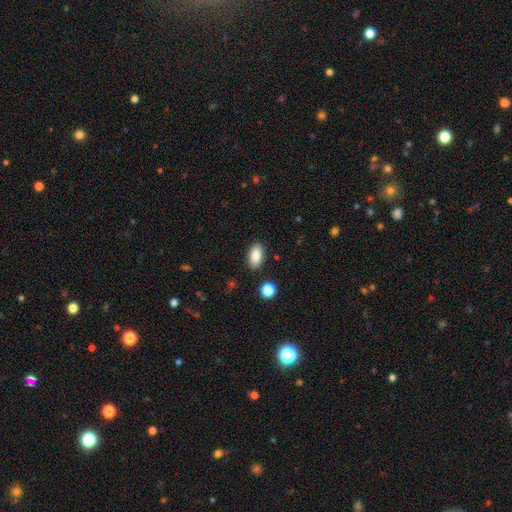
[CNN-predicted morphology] Smooth or featured?
  - smooth: 85% *
  - star or artifact: 8%
  - featured or disk: 7%
How rounded?
  - in between: 92% *
  - round: 4%
  - cigar-shaped: 4%
Merging?
  - none: 88% *
  - minor disturbance: 8%
  - major disturbance: 2%
  - merger: 2%